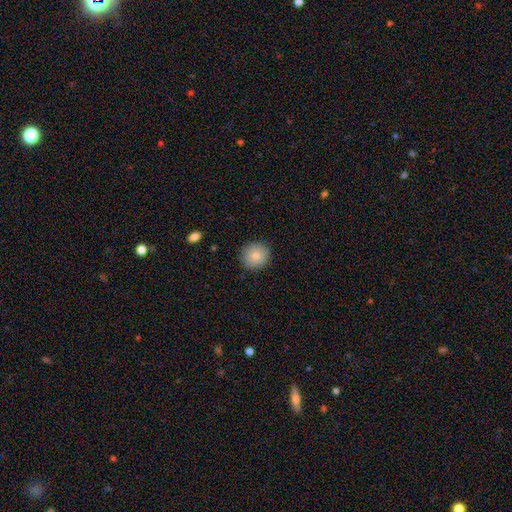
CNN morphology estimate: smooth 86%, star or artifact 8%, featured or disk 7%. Down the decision tree: how rounded — round (86%); merging — none (88%).